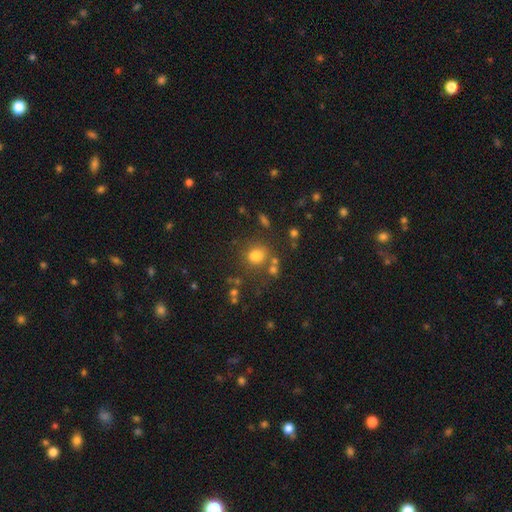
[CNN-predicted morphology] The model was most divided on "how rounded": round: 70%, in between: 29%, cigar-shaped: 1%. More confident: smooth or featured — smooth (77%); merging — none (69%).